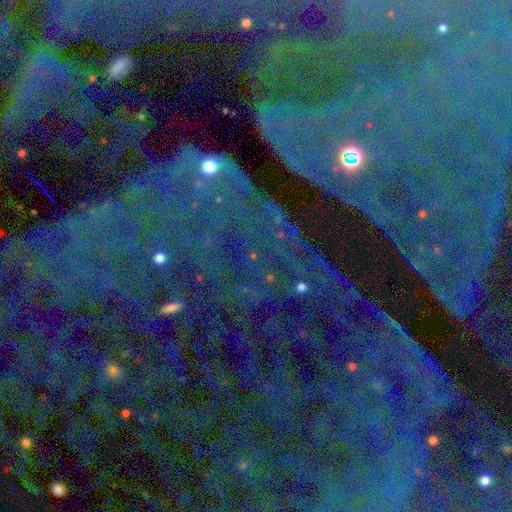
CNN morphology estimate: Smooth or featured? Predicted: star or artifact (p=0.83).